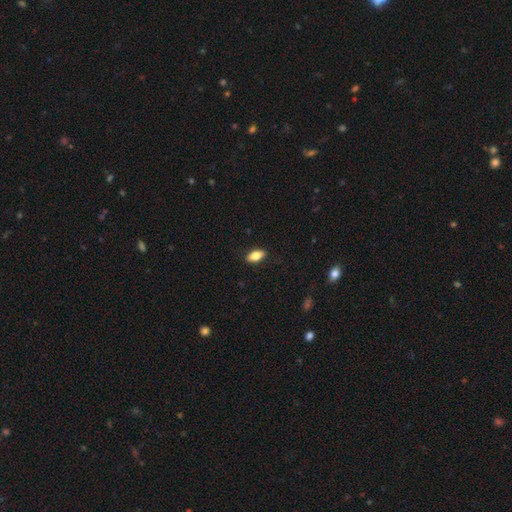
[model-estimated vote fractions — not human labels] This is likely a smooth galaxy (77%). How rounded: clearly in between (88%). Merging: clearly none (89%).